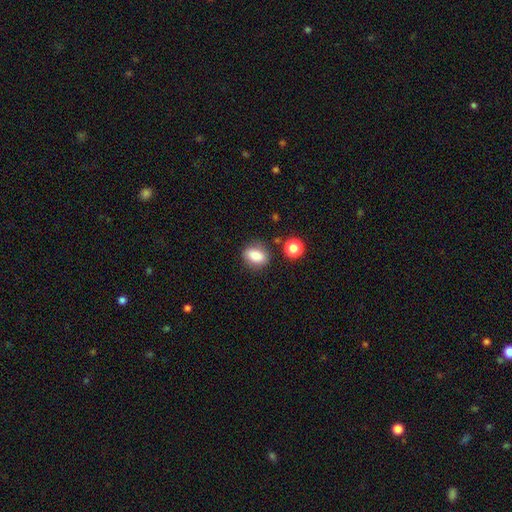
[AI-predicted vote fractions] A smooth galaxy with no disk features (85%) that is in between round and cigar-shaped (71%).

Vote fractions:
- Smooth or featured? smooth: 85% / star or artifact: 9% / featured or disk: 6%
- How rounded? in between: 71% / round: 27% / cigar-shaped: 2%
- Merging? none: 78% / minor disturbance: 14% / merger: 5% / major disturbance: 4%